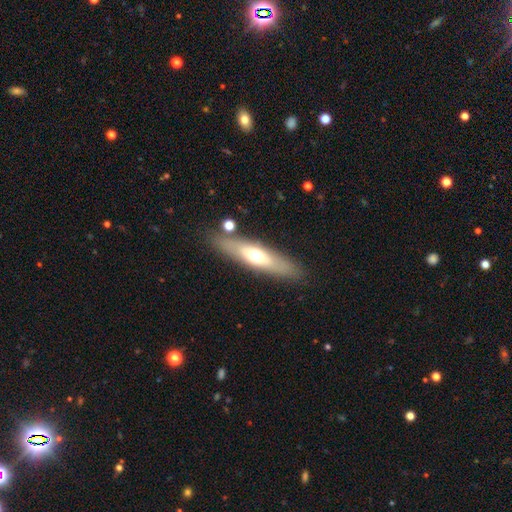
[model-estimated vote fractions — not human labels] smooth_or_featured: smooth (p=0.50) [alt: featured or disk p=0.44]
how_rounded: cigar-shaped (p=0.69) [alt: in between p=0.29]
merging: none (p=0.83) [alt: minor disturbance p=0.10]